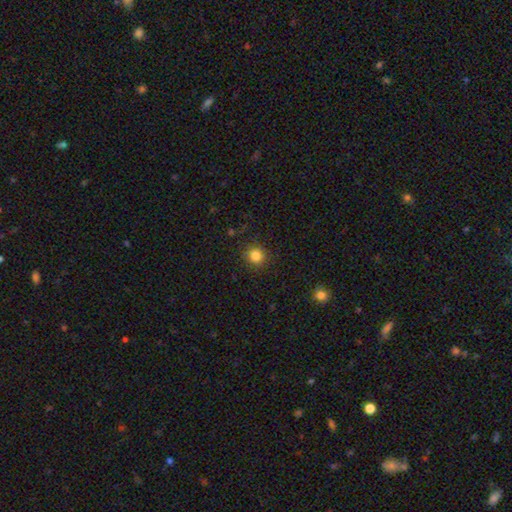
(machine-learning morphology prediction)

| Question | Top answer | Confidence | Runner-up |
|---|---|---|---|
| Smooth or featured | smooth | 83% | star or artifact (12%) |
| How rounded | round | 91% | in between (8%) |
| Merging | none | 89% | minor disturbance (7%) |